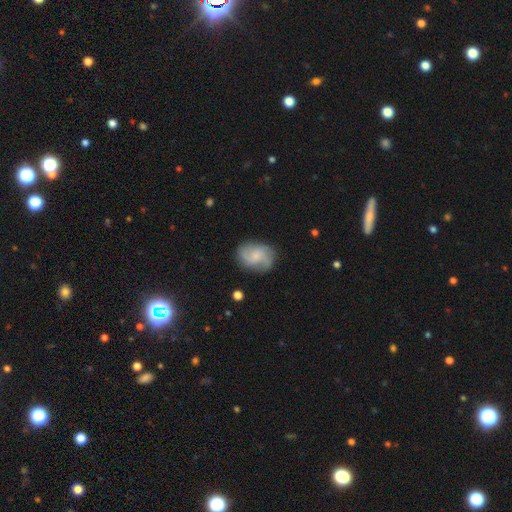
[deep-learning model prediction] smooth-or-featured: featured or disk: 63% | smooth: 30% | star or artifact: 7%
  disk-edge-on: no: 98% | yes: 2%
    bar: no: 61% | weak: 35% | strong: 4%
    has-spiral-arms: yes: 93% | no: 7%
      spiral-winding: medium: 46% | loose: 32% | tight: 22%
      spiral-arm-count: 2: 53% | 3: 20% | can't tell: 15% | 4: 4% | 1: 4% | more than 4: 3%
    bulge-size: small: 55% | moderate: 27% | none: 14% | large: 3% | dominant: 1%
  merging: none: 75% | minor disturbance: 18% | major disturbance: 6% | merger: 2%